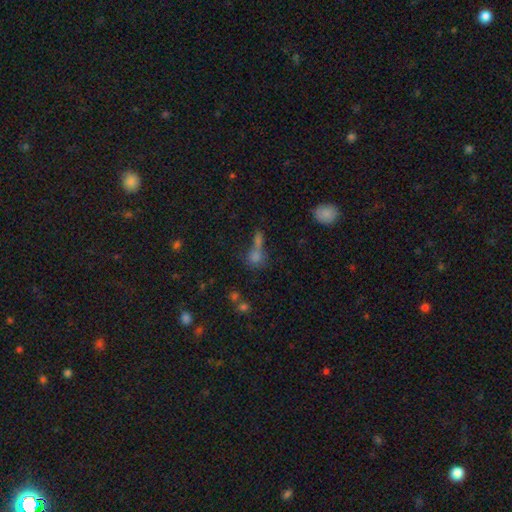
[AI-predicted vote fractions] Smooth or featured: smooth — 66% (star or artifact — 22%)
How rounded: round — 61% (in between — 32%)
Merging: merger — 43% (none — 42%)